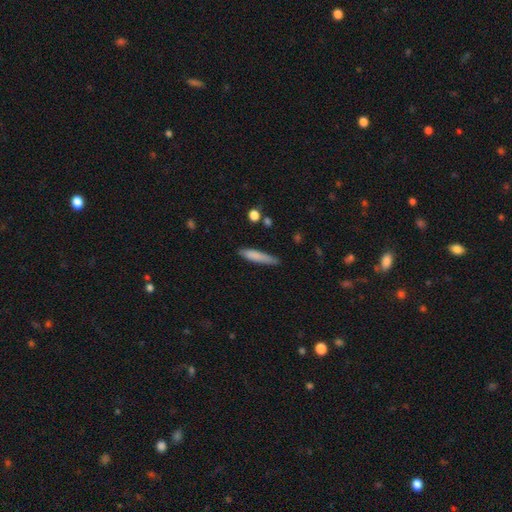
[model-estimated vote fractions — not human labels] A smooth galaxy with no disk features (79%) that is cigar-shaped (88%). Merging: none (75%).